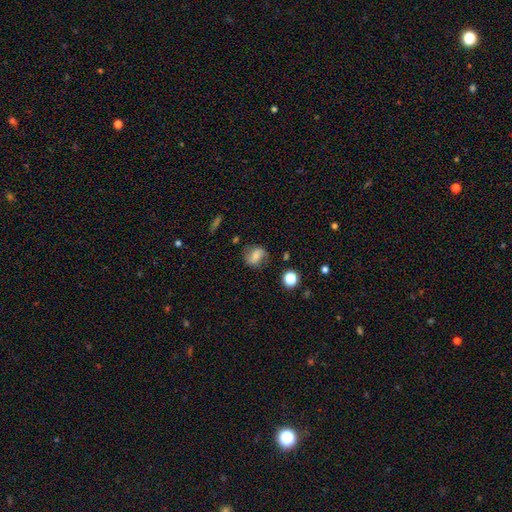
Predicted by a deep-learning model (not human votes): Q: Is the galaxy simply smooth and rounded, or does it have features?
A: featured or disk — 50%.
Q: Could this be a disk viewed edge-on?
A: no — 96%.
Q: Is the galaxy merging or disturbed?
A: none — 74%.